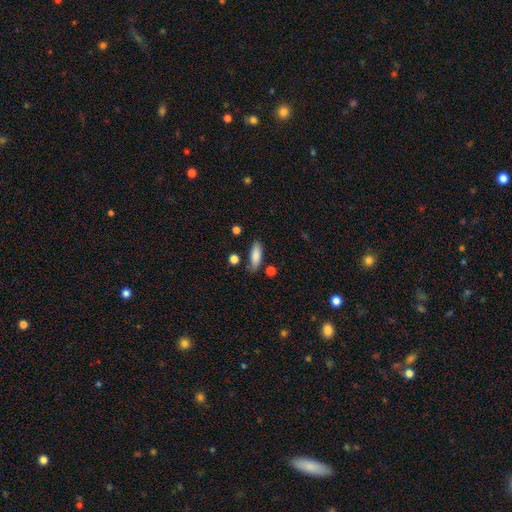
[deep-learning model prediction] Overall: smooth (84%). How rounded: in between (63%; cigar-shaped 34%). Merging: none (74%).